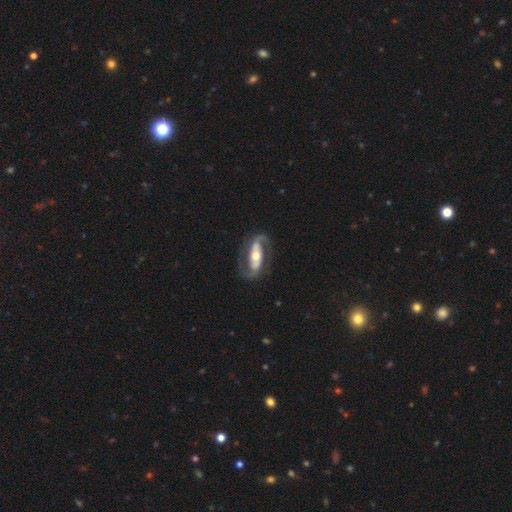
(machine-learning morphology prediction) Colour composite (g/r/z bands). It shows a featured or disk galaxy (86%) with a strong bar (51%), 2 (92%) medium (48%) spiral arms (93%) and a moderate central bulge (67%). Merging: none (78%).